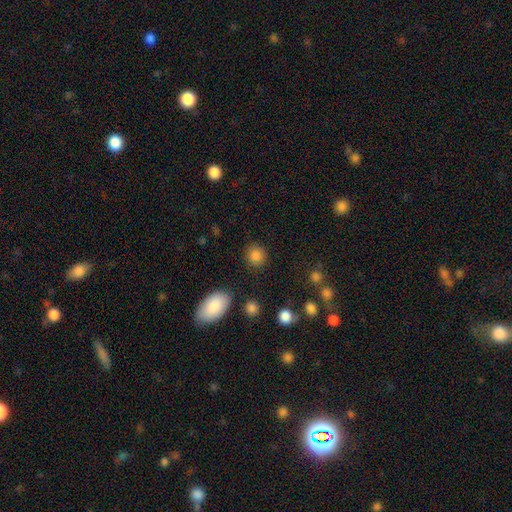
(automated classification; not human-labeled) This is clearly a smooth galaxy (86%). How rounded: clearly round (84%). Merging: clearly none (87%).